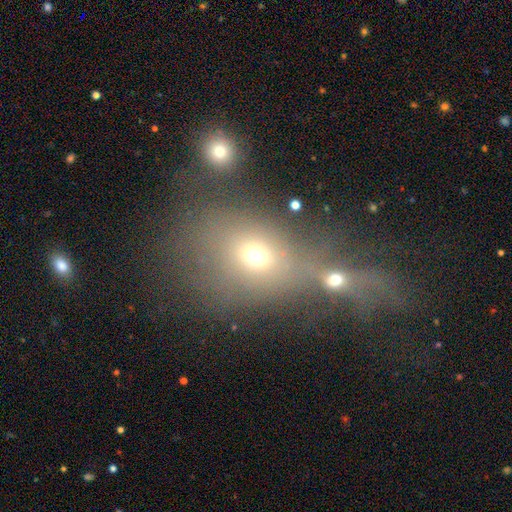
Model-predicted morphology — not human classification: Smooth or featured? smooth (59%)
How rounded? in between (51%)
Merging? merger (53%)